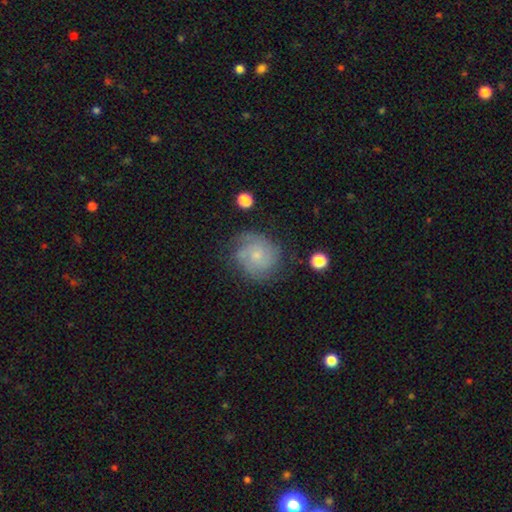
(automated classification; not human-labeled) featured or disk 60%, smooth 31%, star or artifact 9%. Down the decision tree: edge-on disk — no (98%); bar — no (78%); spiral arms — yes (87%); spiral arm count — can't tell (37%); spiral winding — tight (57%); bulge size — small (69%); merging — none (69%).